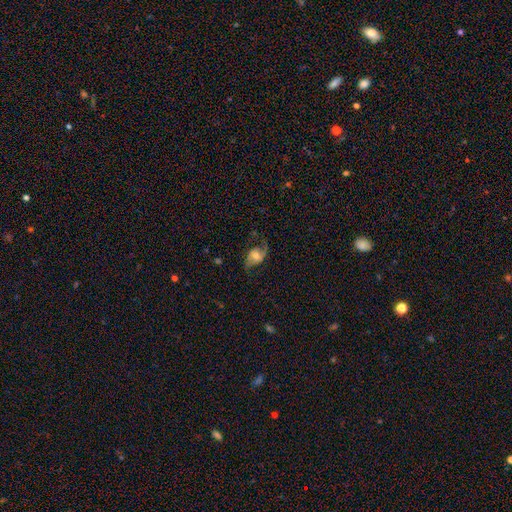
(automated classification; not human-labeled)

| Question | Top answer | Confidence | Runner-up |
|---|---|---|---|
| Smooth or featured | featured or disk | 70% | smooth (22%) |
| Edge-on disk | no | 96% | yes (4%) |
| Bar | no | 44% | weak (42%) |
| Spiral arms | yes | 92% | no (8%) |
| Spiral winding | loose | 61% | medium (32%) |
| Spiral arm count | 2 | 89% | 1 (4%) |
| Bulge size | moderate | 47% | small (27%) |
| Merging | none | 67% | minor disturbance (17%) |